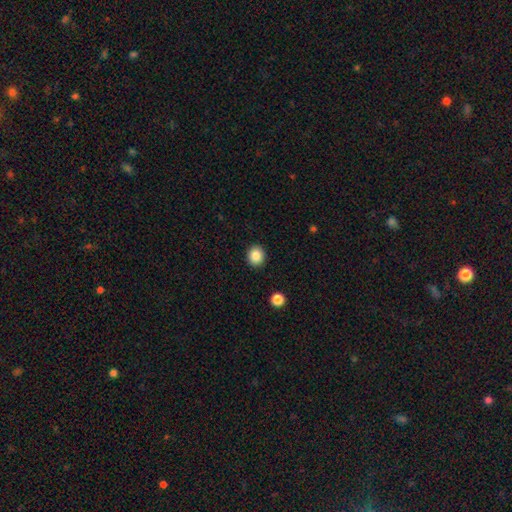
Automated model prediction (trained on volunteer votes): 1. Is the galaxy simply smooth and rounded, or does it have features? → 87% smooth, 9% star or artifact, 4% featured or disk.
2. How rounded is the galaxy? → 81% round, 18% in between, 1% cigar-shaped.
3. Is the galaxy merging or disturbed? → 91% none, 5% minor disturbance, 2% major disturbance, 1% merger.